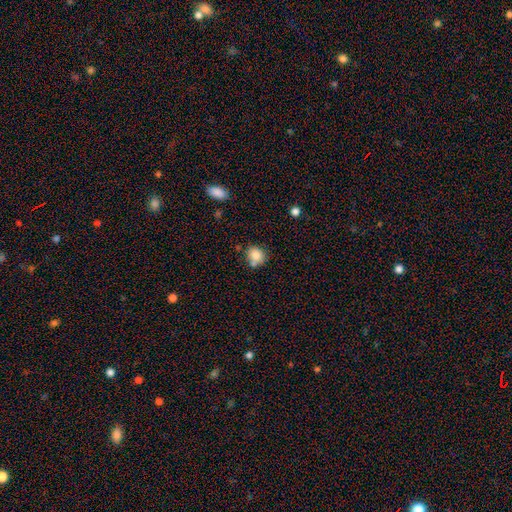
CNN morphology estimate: A smooth galaxy with no disk features (81%) that is round (77%).

Vote fractions:
- Smooth or featured? smooth: 81% / star or artifact: 10% / featured or disk: 9%
- How rounded? round: 77% / in between: 22% / cigar-shaped: 1%
- Merging? none: 62% / merger: 18% / minor disturbance: 16% / major disturbance: 4%